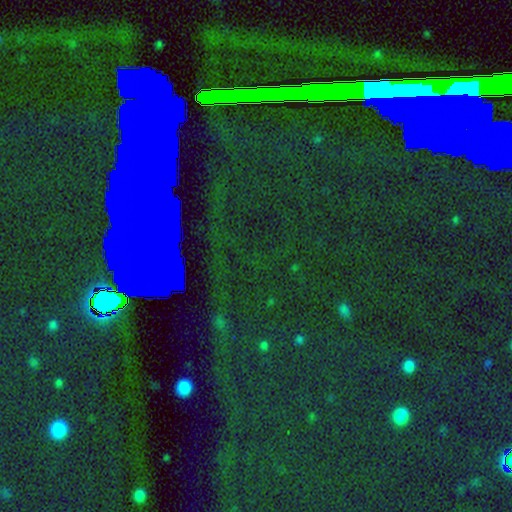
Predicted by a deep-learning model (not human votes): This is likely a star or artifact rather than a galaxy (77%).